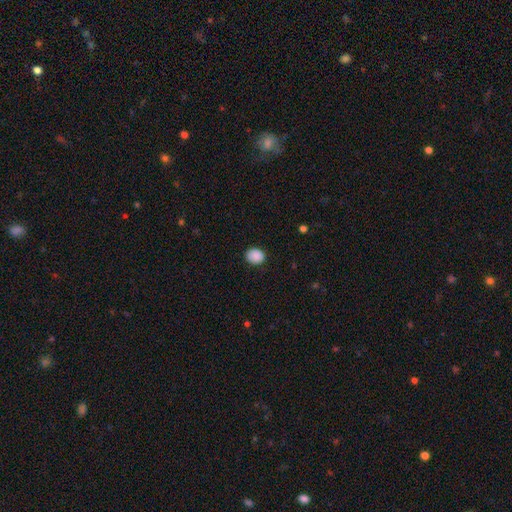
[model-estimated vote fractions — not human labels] smooth-or-featured: smooth: 89% | star or artifact: 8% | featured or disk: 3%
  how-rounded: round: 59% | in between: 40% | cigar-shaped: 1%
  merging: none: 86% | minor disturbance: 10% | major disturbance: 2% | merger: 1%